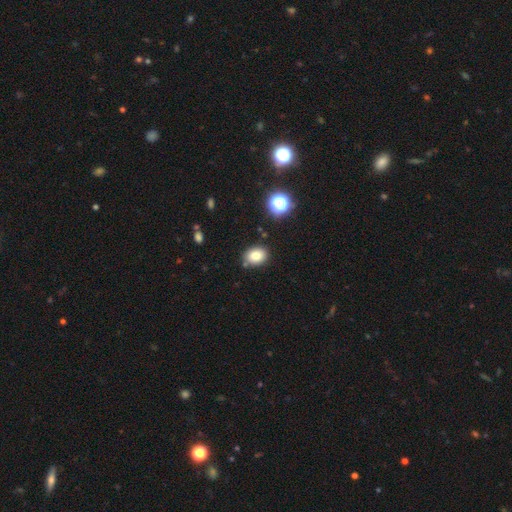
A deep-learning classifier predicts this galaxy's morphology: Smooth or featured? Predicted: smooth (p=0.81). How rounded? Predicted: in between (p=0.58). Merging? Predicted: none (p=0.83).